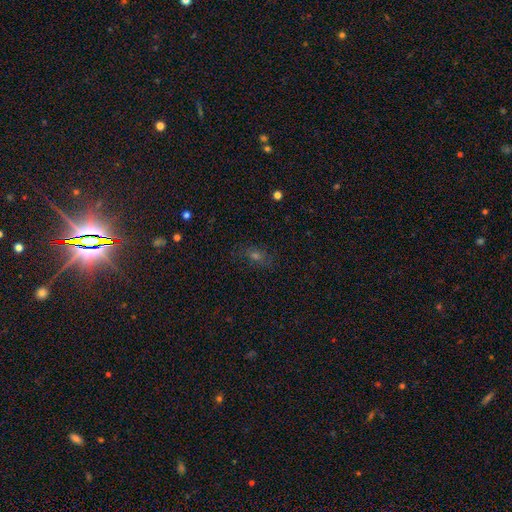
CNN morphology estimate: Smooth or featured? smooth (43%)
Merging? none (78%)